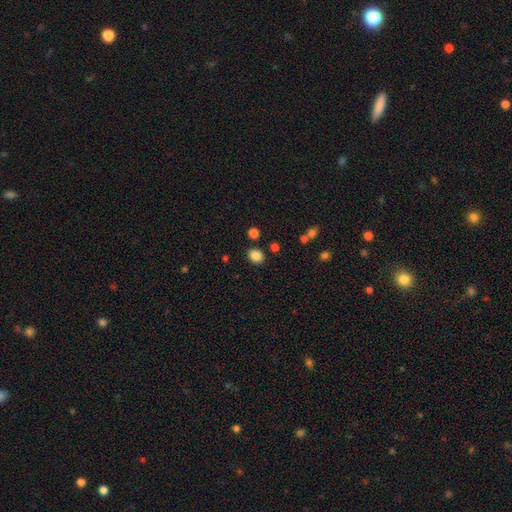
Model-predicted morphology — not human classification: The model was most divided on "how rounded": round: 52%, in between: 47%, cigar-shaped: 1%. More confident: merging — none (85%); smooth or featured — smooth (85%).